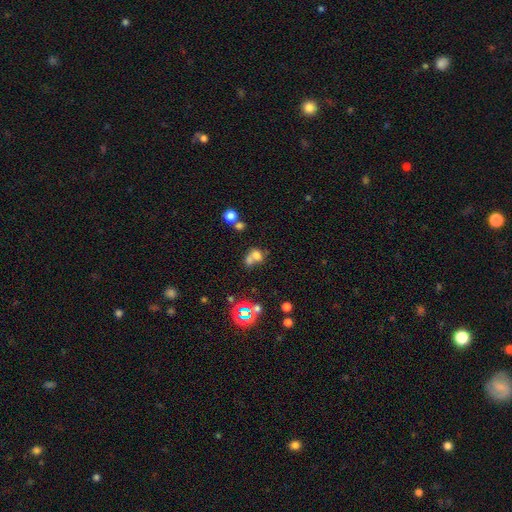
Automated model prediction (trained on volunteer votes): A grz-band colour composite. It shows a smooth galaxy with no disk features (63%) that is round (53%). Merging: merger (57%).